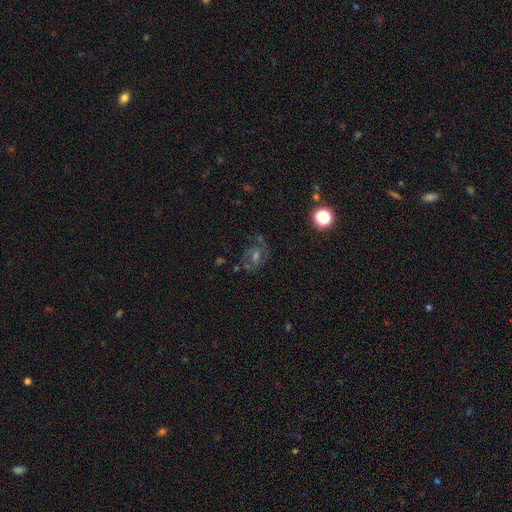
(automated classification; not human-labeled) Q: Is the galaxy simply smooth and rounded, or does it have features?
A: featured or disk — 58%.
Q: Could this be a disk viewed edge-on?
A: no — 97%.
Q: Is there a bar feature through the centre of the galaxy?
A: no — 49%.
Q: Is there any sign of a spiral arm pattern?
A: yes — 77%.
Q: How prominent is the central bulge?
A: moderate — 51%.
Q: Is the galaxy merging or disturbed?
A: none — 68%.